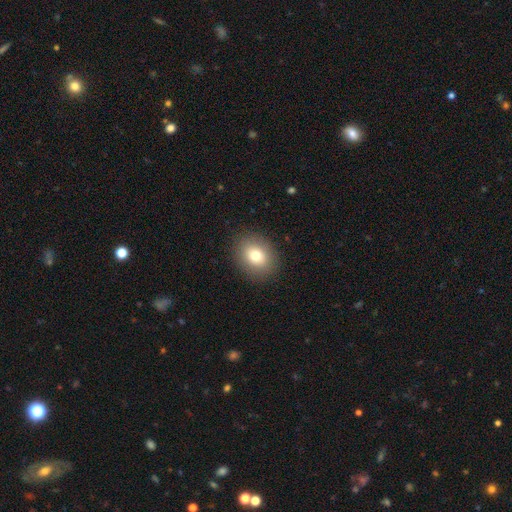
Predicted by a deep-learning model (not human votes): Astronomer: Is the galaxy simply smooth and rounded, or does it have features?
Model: smooth — 76%.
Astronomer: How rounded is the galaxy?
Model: round — 57% (runner-up: in between, 42%).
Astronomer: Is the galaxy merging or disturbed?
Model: none — 89%.